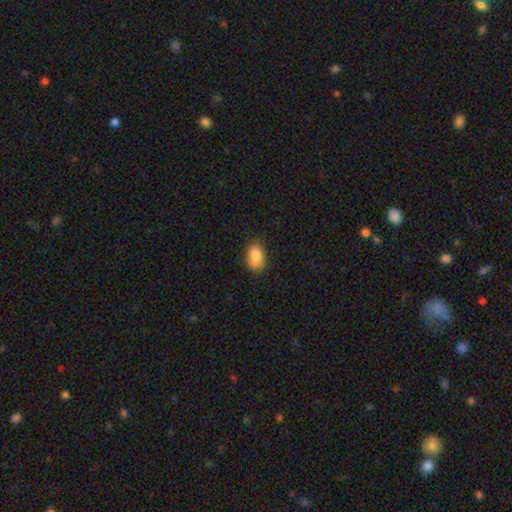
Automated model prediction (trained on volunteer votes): Morphology: type=smooth (83%); roundness=in between (85%); merging=none (72%).